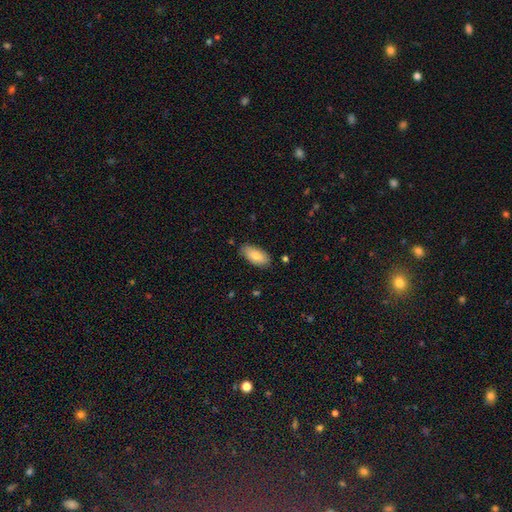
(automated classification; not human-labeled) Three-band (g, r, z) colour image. It shows a smooth galaxy with no disk features (83%) that is in between round and cigar-shaped (90%). Merging: none (83%).